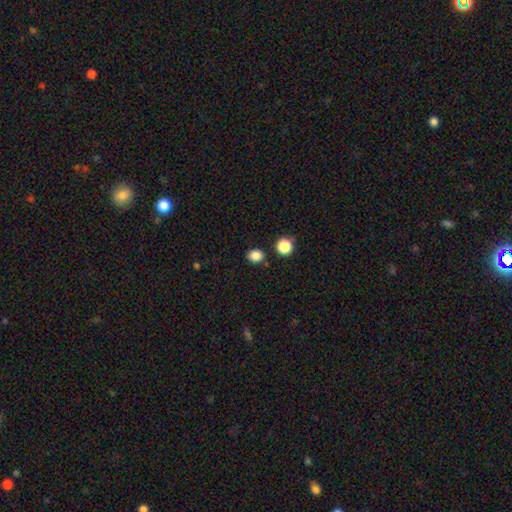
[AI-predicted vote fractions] Q: Smooth or featured?
A: smooth (84%); runner-up: star or artifact (12%)
Q: How rounded?
A: round (61%); runner-up: in between (38%)
Q: Merging?
A: none (83%); runner-up: minor disturbance (9%)